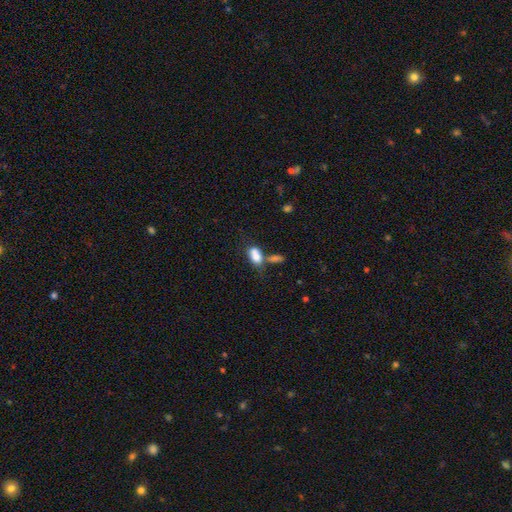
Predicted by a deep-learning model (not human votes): smooth 76%, featured or disk 15%, star or artifact 9%. Down the decision tree: how rounded — in between (86%); merging — merger (50%).